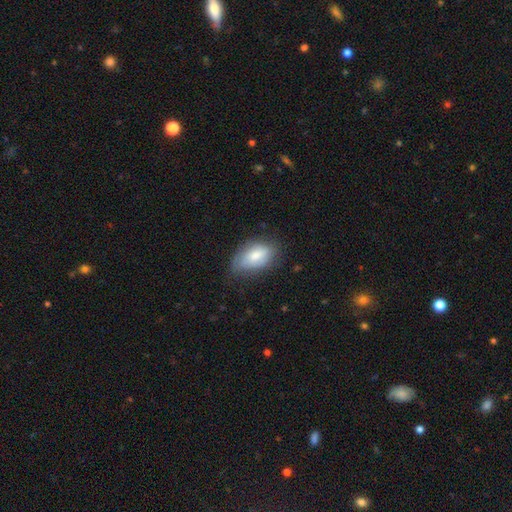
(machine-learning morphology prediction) Overall: smooth (69%). How rounded: in between (92%). Merging: none (64%; minor disturbance 28%).